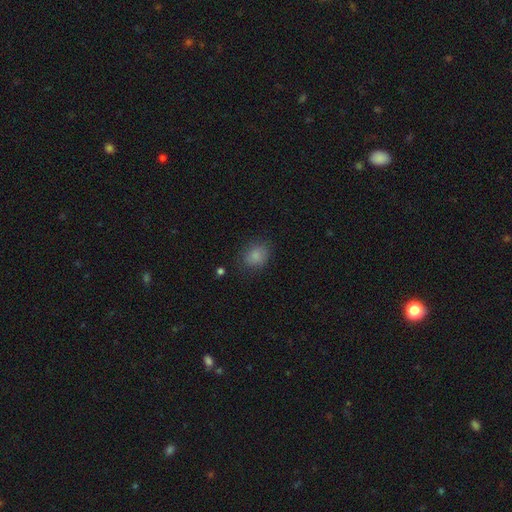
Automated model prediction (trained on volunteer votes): Smooth or featured? smooth (82%)
How rounded? round (57%)
Merging? none (73%)